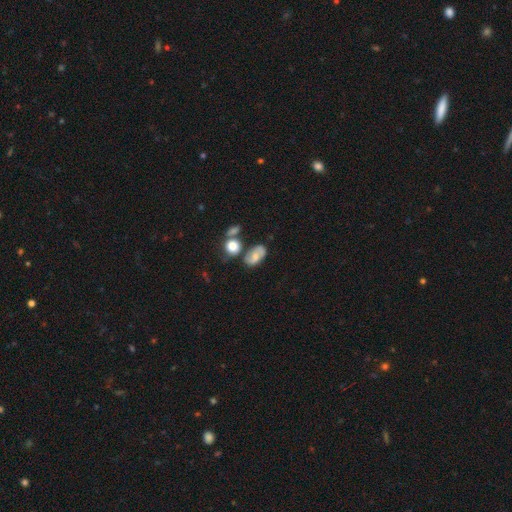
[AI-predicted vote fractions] Smooth or featured? Predicted: smooth (p=0.53). How rounded? Predicted: in between (p=0.83). Merging? Predicted: none (p=0.57).